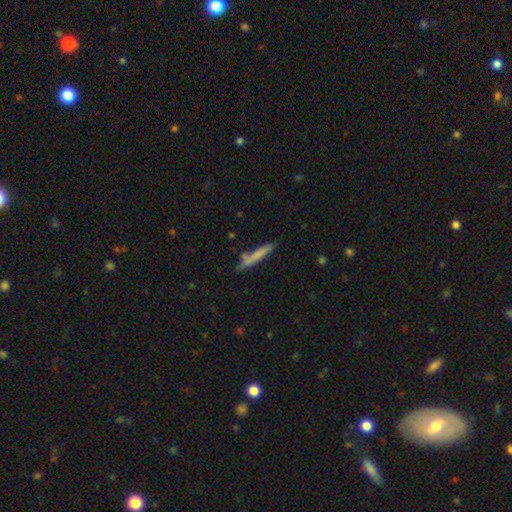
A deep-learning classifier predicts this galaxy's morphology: This appears to be a smooth galaxy with no disk features (69%) that is cigar-shaped (94%). Merging: none (73%).